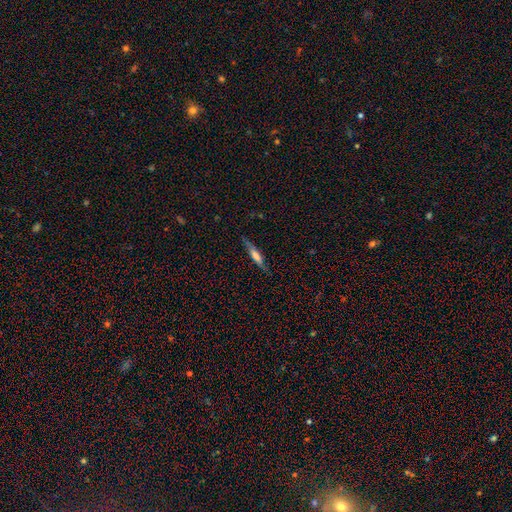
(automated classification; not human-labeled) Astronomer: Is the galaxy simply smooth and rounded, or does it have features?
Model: smooth — 49% (runner-up: featured or disk, 44%).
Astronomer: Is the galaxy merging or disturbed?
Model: none — 78%.